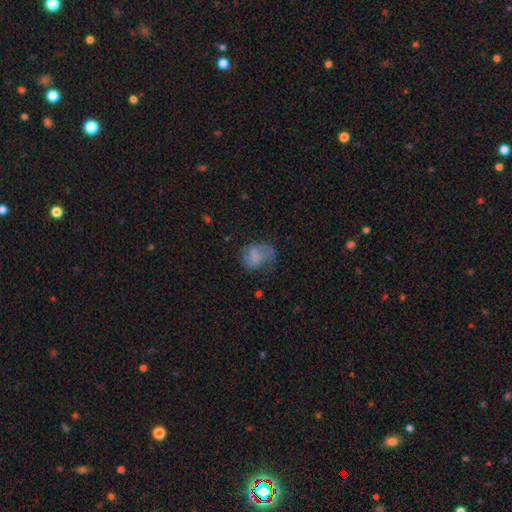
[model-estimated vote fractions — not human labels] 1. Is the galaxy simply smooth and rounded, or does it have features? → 57% smooth, 32% featured or disk, 11% star or artifact.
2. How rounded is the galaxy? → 61% in between, 38% round, 1% cigar-shaped.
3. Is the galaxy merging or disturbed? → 36% none, 32% major disturbance, 28% minor disturbance, 3% merger.